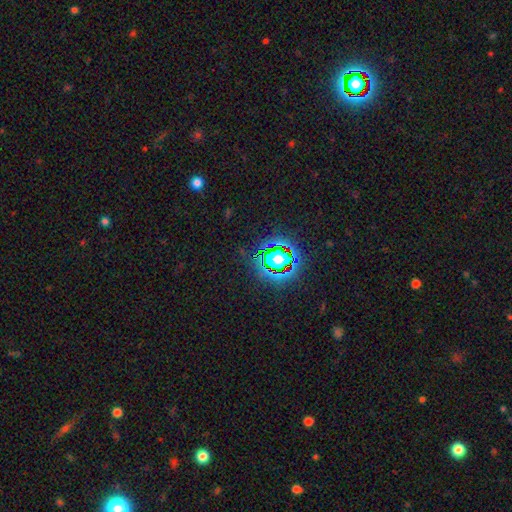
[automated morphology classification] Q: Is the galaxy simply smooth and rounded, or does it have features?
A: star or artifact — 78%.